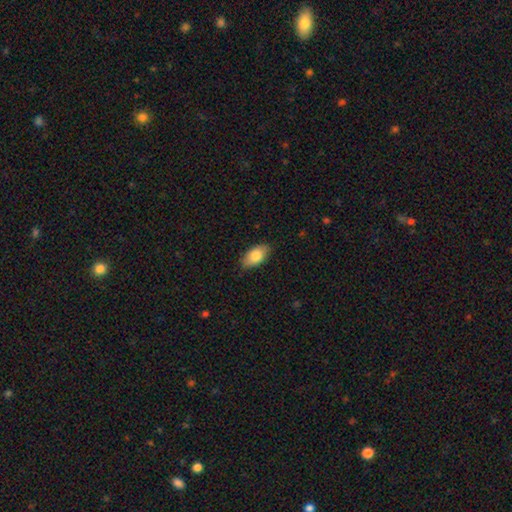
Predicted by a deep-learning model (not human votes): Morphology: type=smooth (81%); roundness=in between (93%); merging=none (86%).